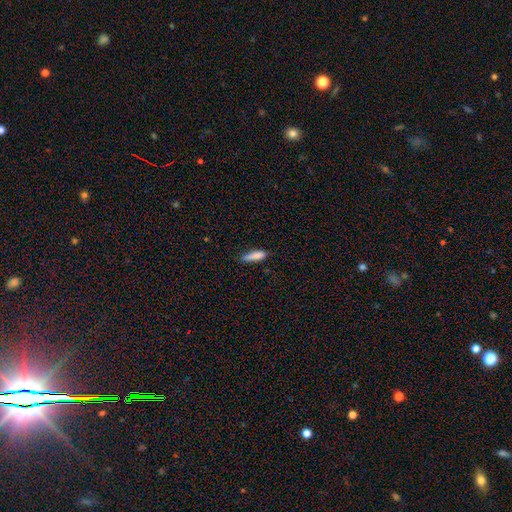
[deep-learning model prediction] Overall: smooth (83%). How rounded: cigar-shaped (67%; in between 31%). Merging: none (69%).